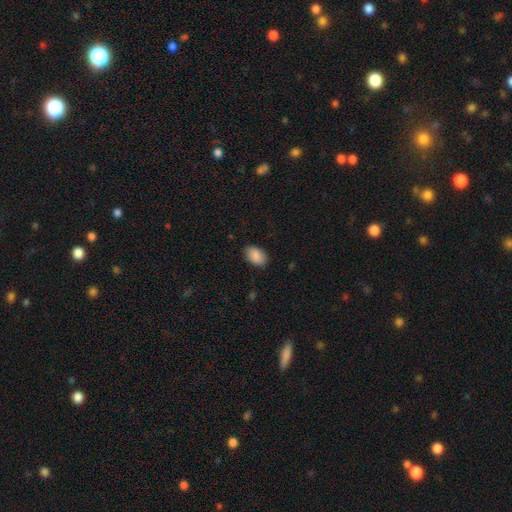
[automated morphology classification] A smooth galaxy with no disk features (89%) that is in between round and cigar-shaped (89%).

Vote fractions:
- Smooth or featured? smooth: 89% / star or artifact: 7% / featured or disk: 4%
- How rounded? in between: 89% / round: 9% / cigar-shaped: 1%
- Merging? none: 86% / minor disturbance: 10% / major disturbance: 2% / merger: 1%